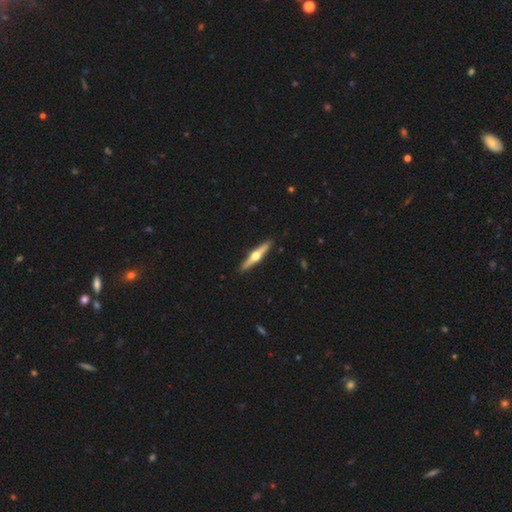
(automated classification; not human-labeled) A featured or disk galaxy (74%) viewed edge-on (98%) with a rounded central bulge (96%). Merging: none (92%).